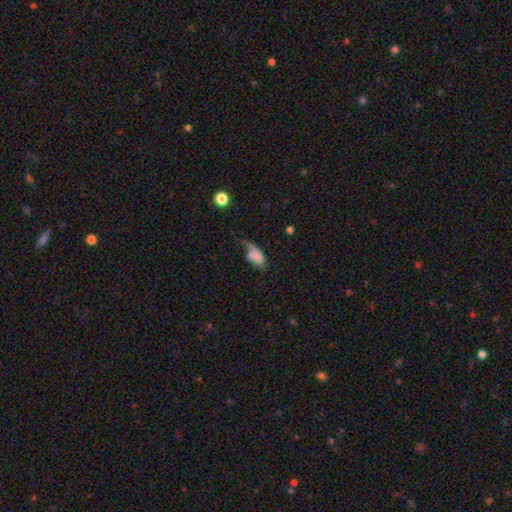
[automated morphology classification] type=smooth (67%); roundness=in between (86%); merging=major disturbance (35%).